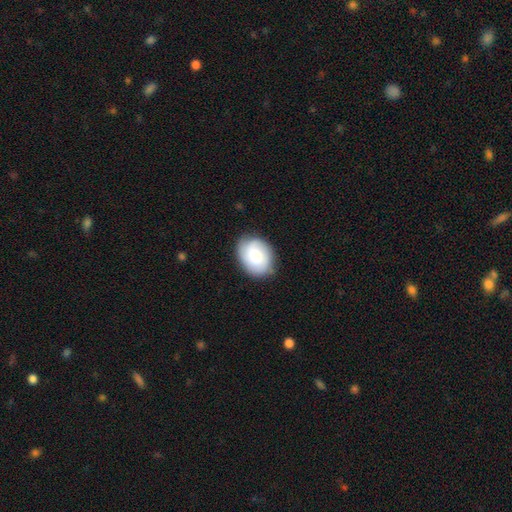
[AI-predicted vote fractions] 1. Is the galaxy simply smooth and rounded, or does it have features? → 70% smooth, 23% featured or disk, 7% star or artifact.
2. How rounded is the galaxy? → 64% in between, 35% round, 1% cigar-shaped.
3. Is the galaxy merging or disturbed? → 77% none, 18% minor disturbance, 4% major disturbance, 1% merger.